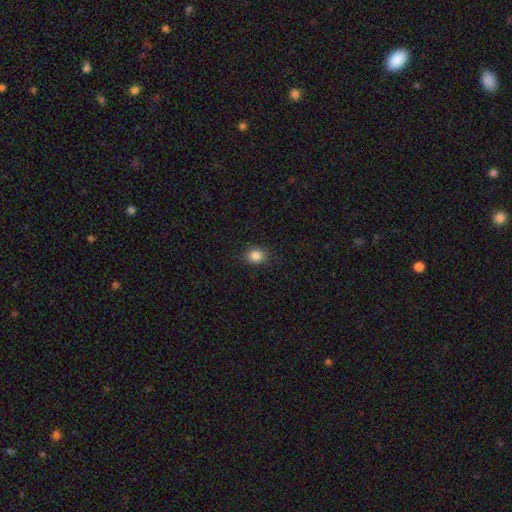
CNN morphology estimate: smooth 86%, star or artifact 10%, featured or disk 4%. Down the decision tree: how rounded — round (64%); merging — none (87%).